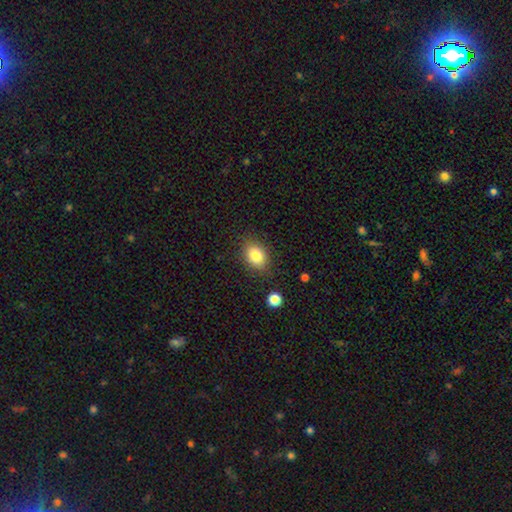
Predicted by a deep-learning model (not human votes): Q: Smooth or featured?
A: smooth (82%); runner-up: star or artifact (10%)
Q: How rounded?
A: in between (69%); runner-up: round (30%)
Q: Merging?
A: none (84%); runner-up: minor disturbance (11%)